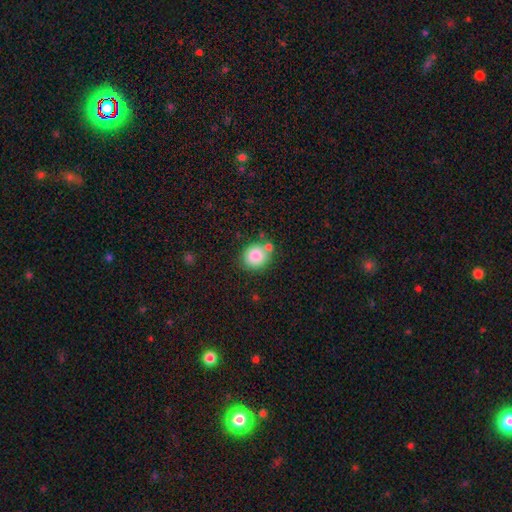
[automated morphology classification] smooth 84%, star or artifact 9%, featured or disk 7%. Down the decision tree: how rounded — round (83%); merging — none (67%).